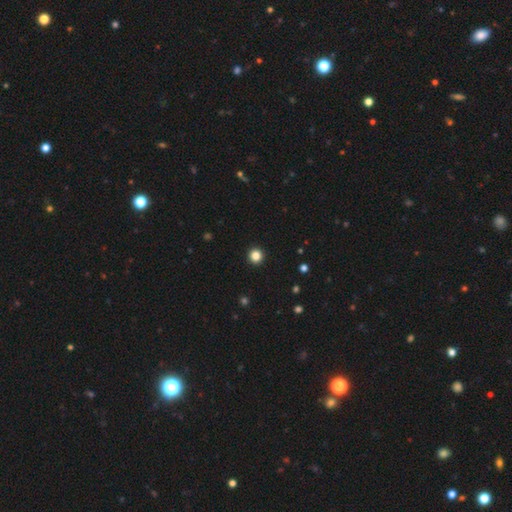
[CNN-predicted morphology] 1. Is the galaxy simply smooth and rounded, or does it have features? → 84% smooth, 12% star or artifact, 4% featured or disk.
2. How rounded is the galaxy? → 96% round, 3% in between, 1% cigar-shaped.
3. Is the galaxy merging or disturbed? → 94% none, 3% minor disturbance, 1% major disturbance, 1% merger.